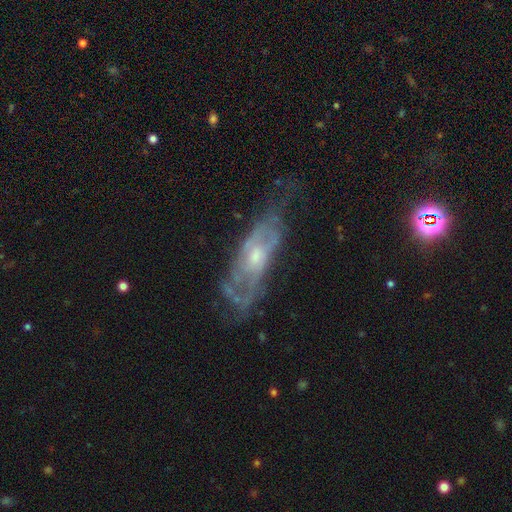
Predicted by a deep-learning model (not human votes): smooth-or-featured: featured or disk: 74% | smooth: 18% | star or artifact: 8%
  disk-edge-on: no: 81% | yes: 19%
    bar: no: 71% | weak: 25% | strong: 4%
    has-spiral-arms: yes: 70% | no: 30%
    bulge-size: moderate: 47% | small: 45% | none: 3% | large: 3% | dominant: 1%
  merging: none: 51% | minor disturbance: 26% | major disturbance: 20% | merger: 3%